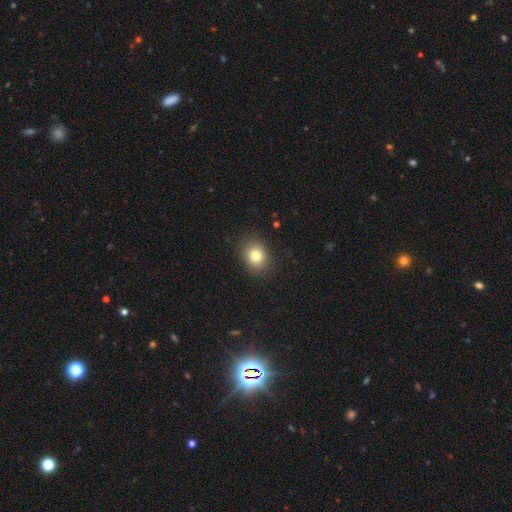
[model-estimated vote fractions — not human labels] Overall: smooth (81%). How rounded: round (50%; in between 49%). Merging: none (86%).